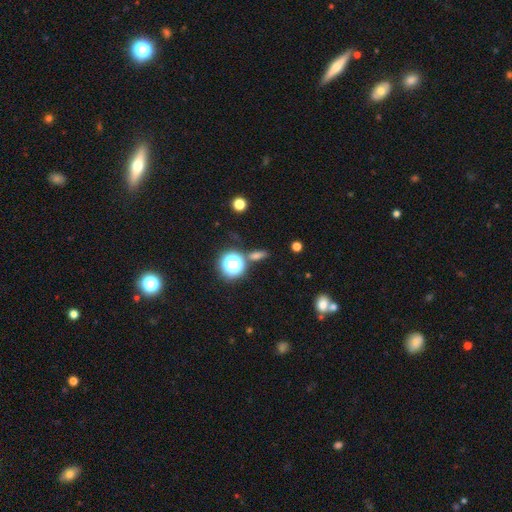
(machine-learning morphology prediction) Overall: smooth (64%; star or artifact 25%). How rounded: in between (47%; round 27%). Merging: none (78%).